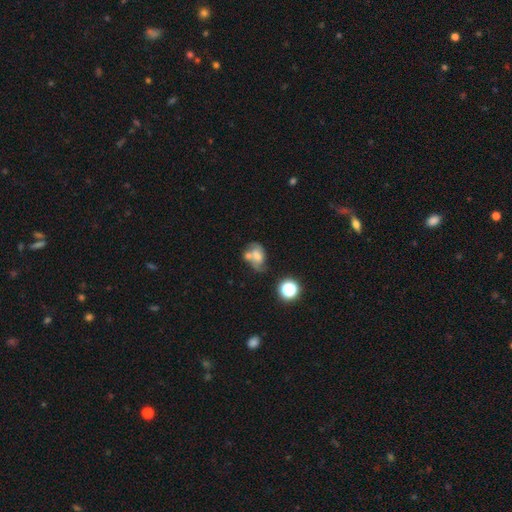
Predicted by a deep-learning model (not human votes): Smooth or featured: smooth — 44% (featured or disk — 42%)
Merging: merger — 37% (none — 29%)